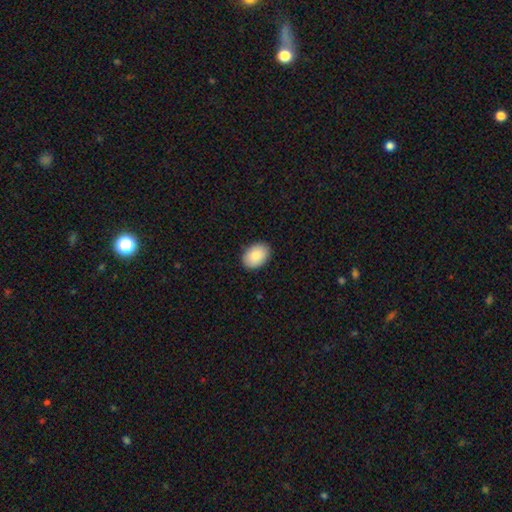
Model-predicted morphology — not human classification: smooth 87%, star or artifact 7%, featured or disk 7%. Down the decision tree: how rounded — in between (80%); merging — none (89%).